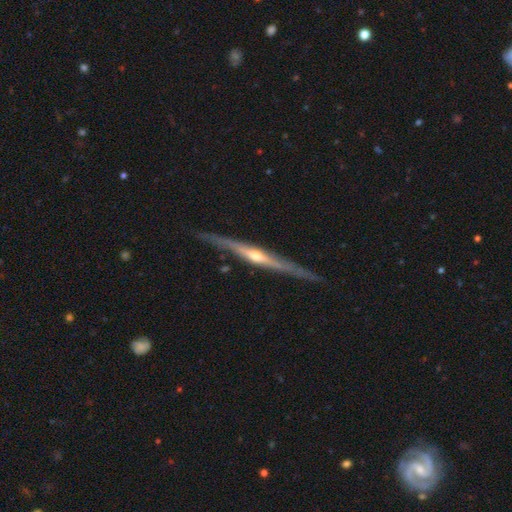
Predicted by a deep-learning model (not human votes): Smooth or featured?
  - featured or disk: 82% *
  - smooth: 13%
  - star or artifact: 5%
Edge-on disk?
  - yes: 97% *
  - no: 3%
Edge-on bulge?
  - rounded: 81% *
  - none: 13%
  - boxy: 6%
Merging?
  - none: 83% *
  - minor disturbance: 13%
  - major disturbance: 2%
  - merger: 2%